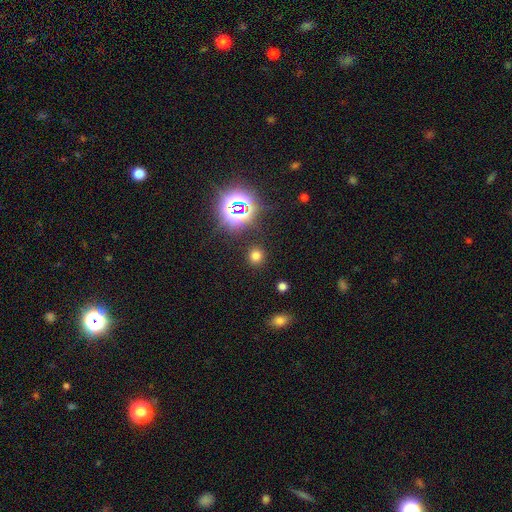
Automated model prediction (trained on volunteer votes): Smooth or featured? Predicted: smooth (p=0.69). How rounded? Predicted: round (p=0.87). Merging? Predicted: none (p=0.88).